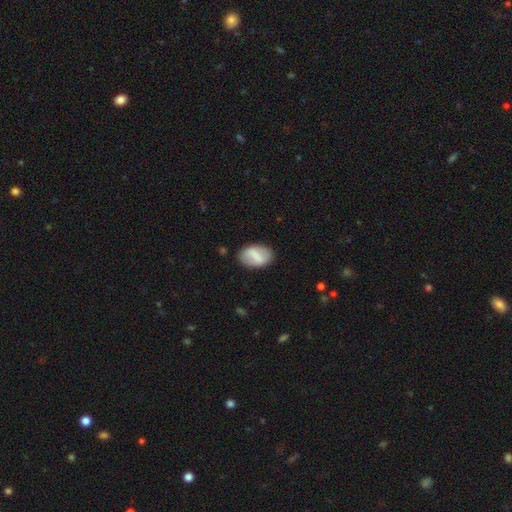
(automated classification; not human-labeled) Smooth or featured? Predicted: smooth (p=0.68). How rounded? Predicted: in between (p=0.88). Merging? Predicted: none (p=0.82).